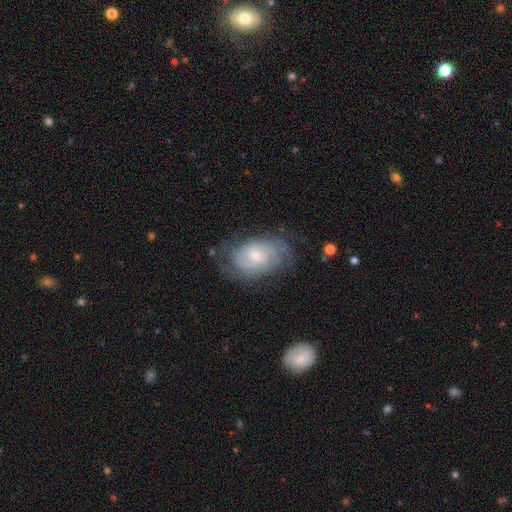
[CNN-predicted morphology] smooth-or-featured: featured or disk: 81% | smooth: 13% | star or artifact: 6%
  disk-edge-on: no: 96% | yes: 4%
    bar: no: 61% | weak: 34% | strong: 5%
    has-spiral-arms: yes: 93% | no: 7%
      spiral-winding: tight: 64% | medium: 28% | loose: 7%
      spiral-arm-count: can't tell: 37% | 2: 35% | 3: 15% | 4: 6% | 1: 4% | more than 4: 4%
    bulge-size: small: 48% (tied) | moderate: 48% (tied) | large: 2% | none: 1% | dominant: 1%
  merging: none: 68% | minor disturbance: 21% | major disturbance: 9% | merger: 1%